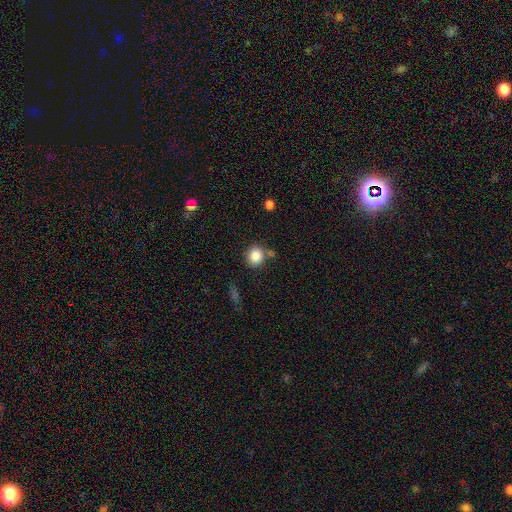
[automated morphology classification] Overall: smooth (85%). How rounded: round (80%). Merging: none (71%).